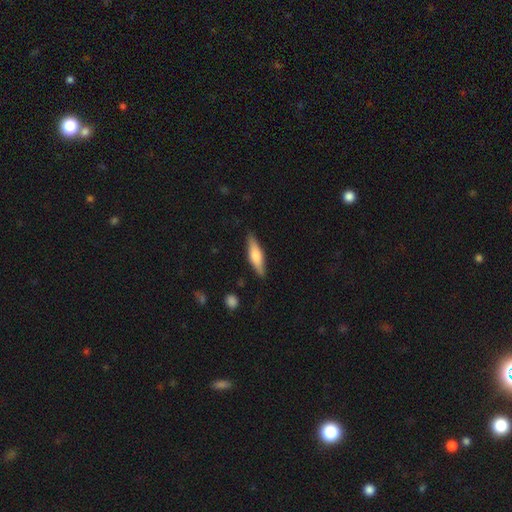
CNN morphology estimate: This appears to be a smooth galaxy with no disk features (56%) that is cigar-shaped (67%). Merging: none (86%).